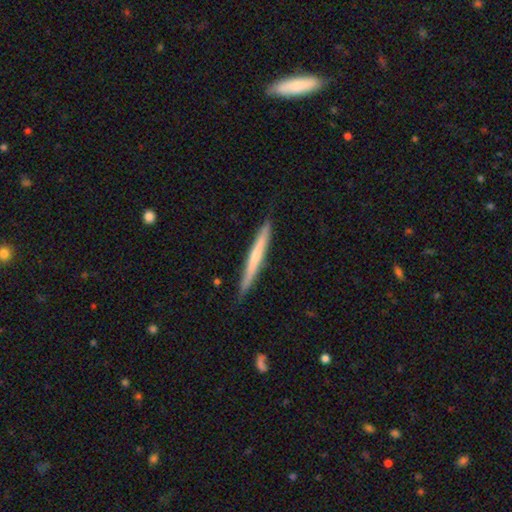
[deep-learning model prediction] The model was most divided on "smooth or featured": featured or disk: 51%, smooth: 42%, star or artifact: 7%. More confident: edge-on disk — yes (97%); merging — none (90%).